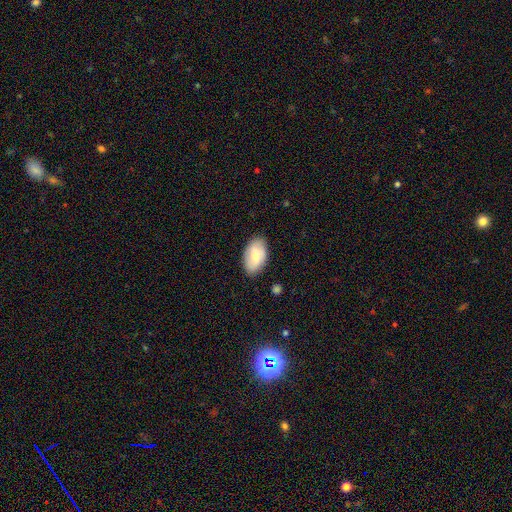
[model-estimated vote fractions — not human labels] Smooth or featured: smooth — 66% (featured or disk — 28%)
How rounded: in between — 94% (round — 4%)
Merging: none — 83% (minor disturbance — 13%)